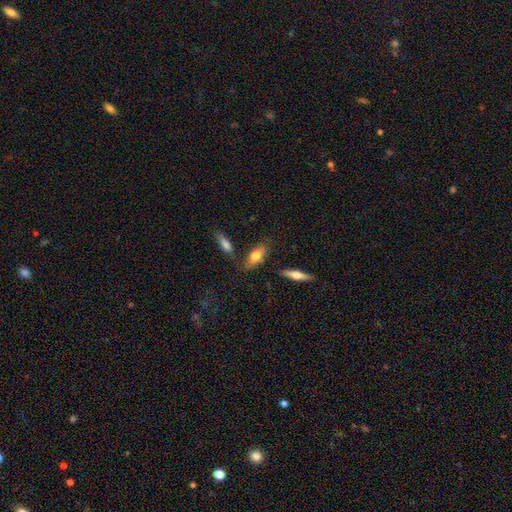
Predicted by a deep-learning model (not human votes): Morphology: type=smooth (69%); roundness=in between (75%); merging=none (70%).